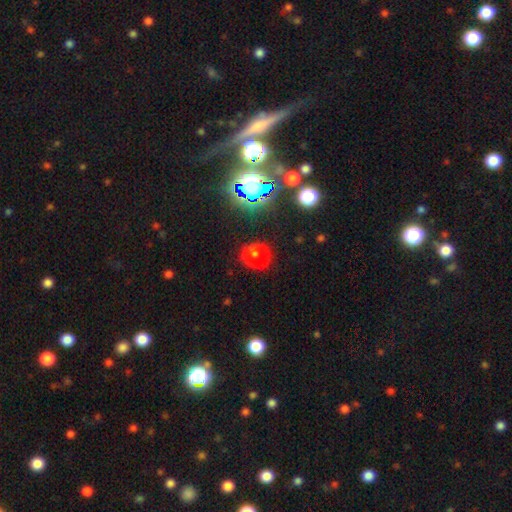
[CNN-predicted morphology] Smooth or featured? smooth (77%)
How rounded? round (82%)
Merging? none (81%)